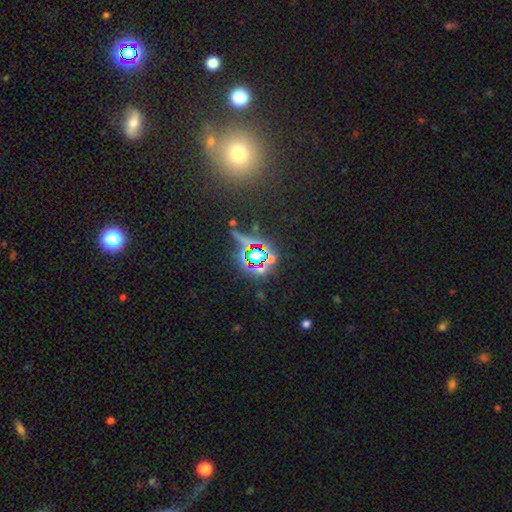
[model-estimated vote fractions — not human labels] A star or artifact, not a galaxy (71%).

Vote fractions:
- Smooth or featured? star or artifact: 71% / smooth: 18% / featured or disk: 11%